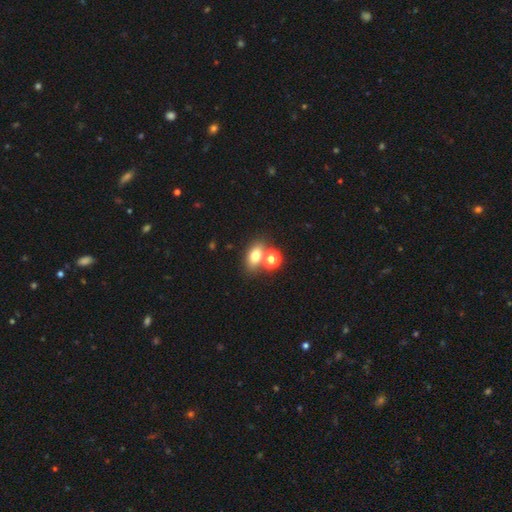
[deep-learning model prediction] A smooth galaxy with no disk features (74%) that is in between round and cigar-shaped (71%).

Vote fractions:
- Smooth or featured? smooth: 74% / star or artifact: 14% / featured or disk: 12%
- How rounded? in between: 71% / round: 26% / cigar-shaped: 3%
- Merging? none: 55% / merger: 31% / minor disturbance: 10% / major disturbance: 4%